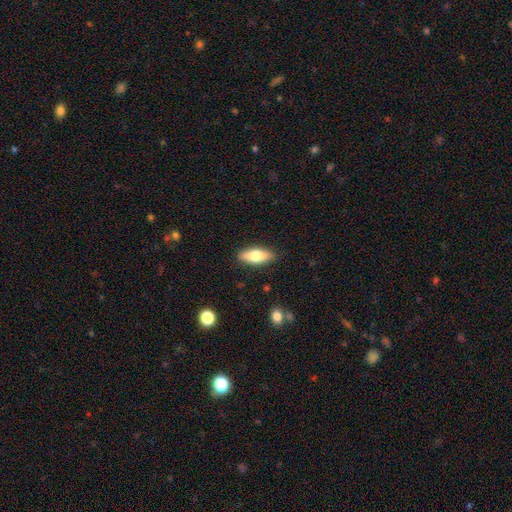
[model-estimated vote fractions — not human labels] A smooth galaxy with no disk features (72%) that is in between round and cigar-shaped (72%).

Vote fractions:
- Smooth or featured? smooth: 72% / featured or disk: 21% / star or artifact: 6%
- How rounded? in between: 72% / cigar-shaped: 25% / round: 2%
- Merging? none: 87% / minor disturbance: 9% / major disturbance: 2% / merger: 1%